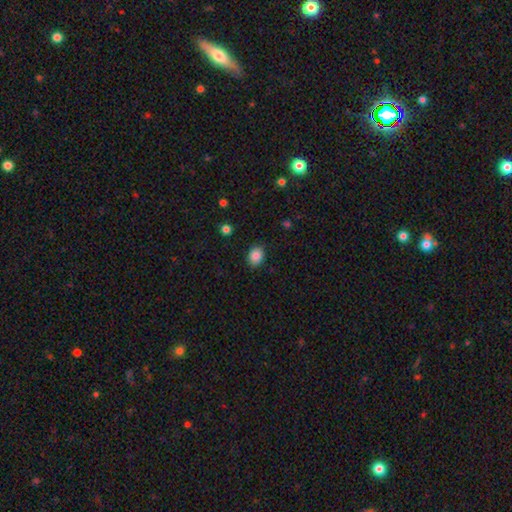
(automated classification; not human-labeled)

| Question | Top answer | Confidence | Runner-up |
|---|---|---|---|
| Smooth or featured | smooth | 86% | star or artifact (9%) |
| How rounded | in between | 57% | round (42%) |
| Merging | none | 87% | minor disturbance (10%) |